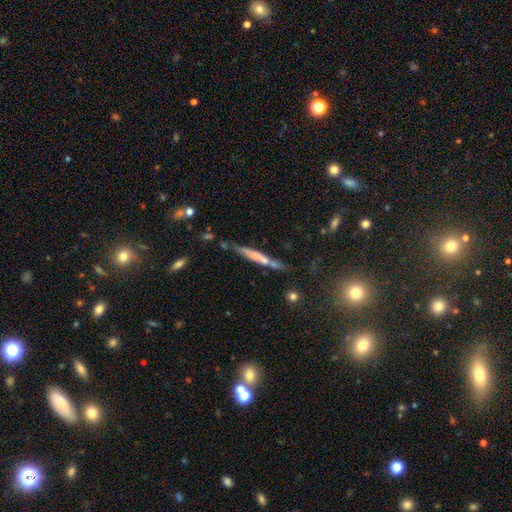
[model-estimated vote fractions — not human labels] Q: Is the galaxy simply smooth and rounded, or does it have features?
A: featured or disk — 46%.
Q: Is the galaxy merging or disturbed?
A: none — 71%.